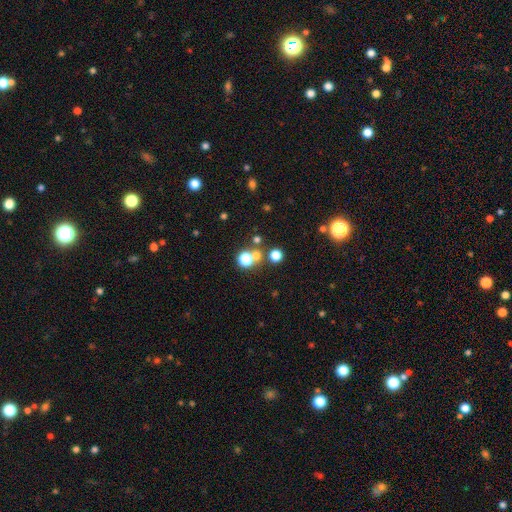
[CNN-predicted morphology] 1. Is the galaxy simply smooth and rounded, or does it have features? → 62% smooth, 28% star or artifact, 10% featured or disk.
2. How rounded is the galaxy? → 90% round, 9% in between, 1% cigar-shaped.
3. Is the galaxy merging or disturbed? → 62% none, 27% merger, 7% minor disturbance, 4% major disturbance.